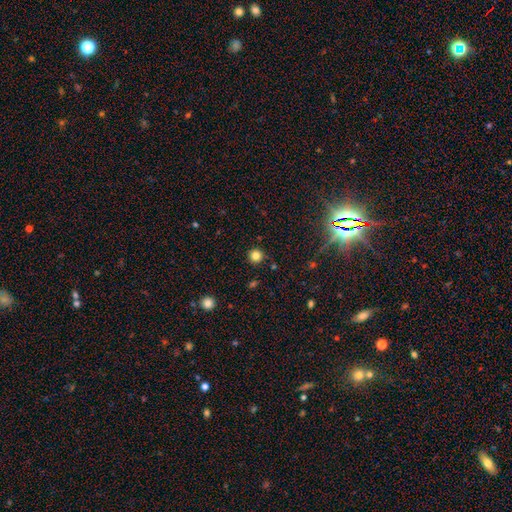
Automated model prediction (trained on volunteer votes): Smooth or featured? smooth (82%)
How rounded? round (95%)
Merging? none (91%)